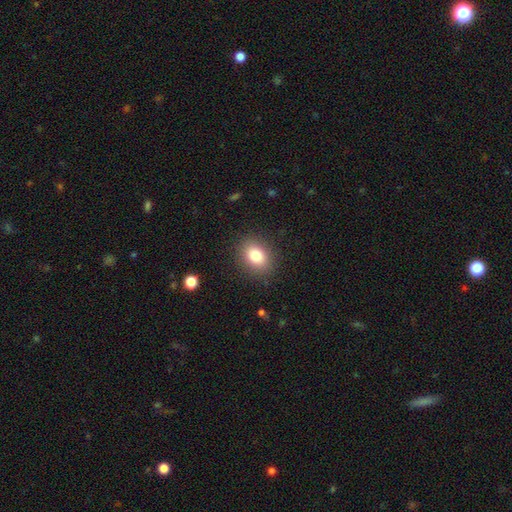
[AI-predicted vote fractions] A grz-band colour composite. It shows a smooth galaxy with no disk features (82%) that is in between round and cigar-shaped (61%). Merging: none (88%).